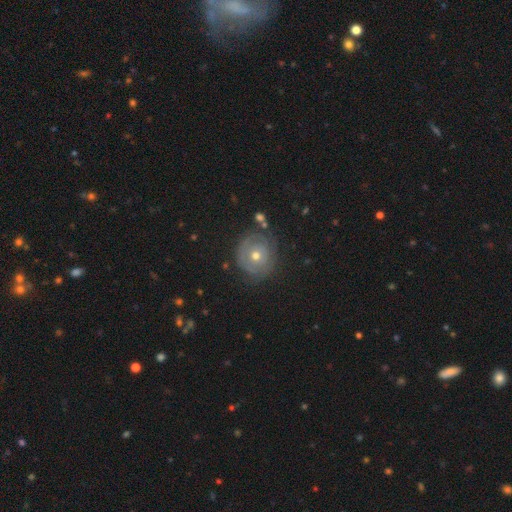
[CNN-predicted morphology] smooth_or_featured: featured or disk (p=0.56) [alt: smooth p=0.34]
disk_edge_on: no (p=0.96) [alt: yes p=0.04]
bar: no (p=0.89) [alt: weak p=0.09]
has_spiral_arms: yes (p=0.56) [alt: no p=0.44]
bulge_size: moderate (p=0.60) [alt: small p=0.36]
merging: none (p=0.73) [alt: minor disturbance p=0.17]